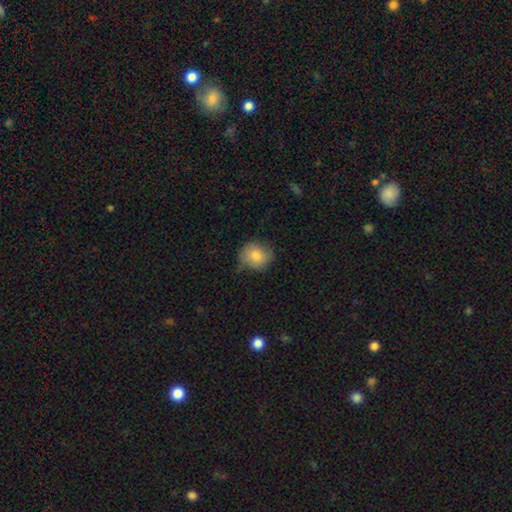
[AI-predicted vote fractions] smooth 81%, featured or disk 11%, star or artifact 7%. Down the decision tree: how rounded — round (80%); merging — none (62%).